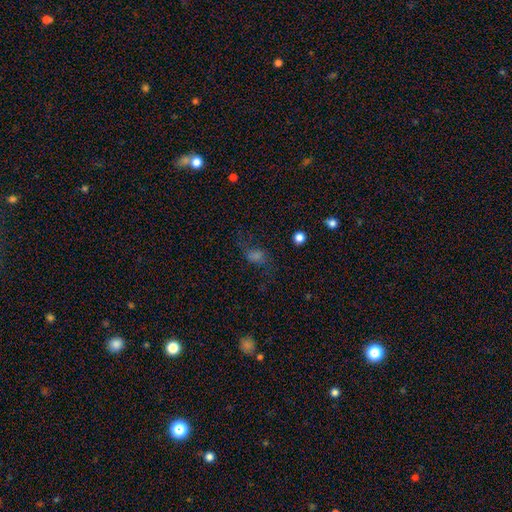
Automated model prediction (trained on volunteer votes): A smooth galaxy with no disk features (43%). Merging: none (57%).